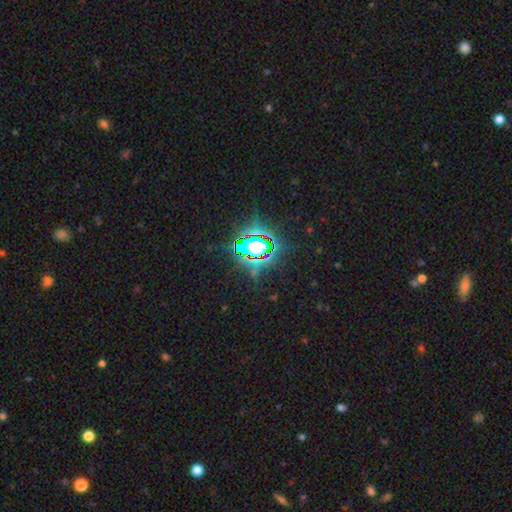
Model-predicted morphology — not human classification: Q: Smooth or featured?
A: star or artifact (82%); runner-up: smooth (11%)